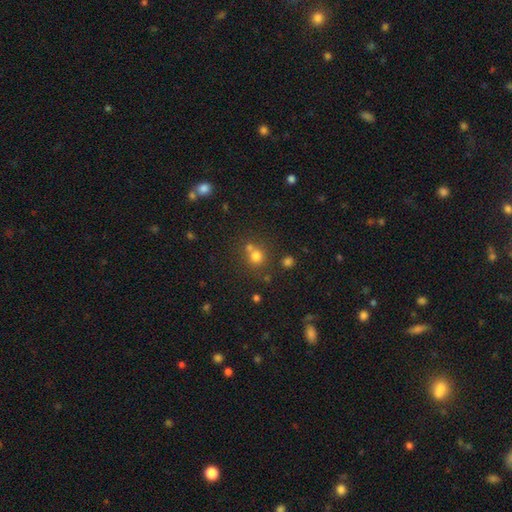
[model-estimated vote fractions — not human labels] smooth_or_featured: smooth (p=0.72) [alt: star or artifact p=0.19]
how_rounded: round (p=0.87) [alt: in between p=0.12]
merging: none (p=0.58) [alt: merger p=0.30]